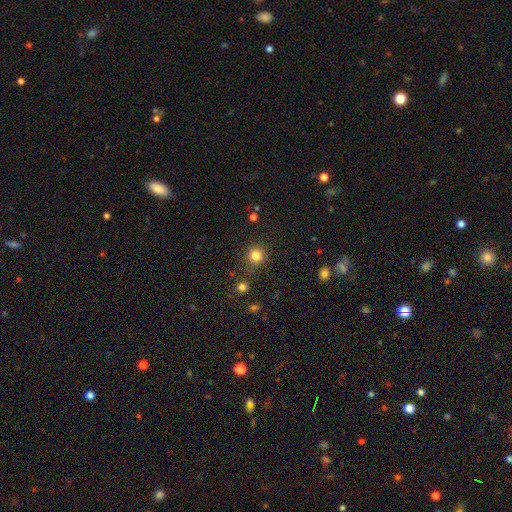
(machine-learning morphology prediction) smooth_or_featured: smooth (p=0.82) [alt: star or artifact p=0.14]
how_rounded: round (p=0.92) [alt: in between p=0.07]
merging: none (p=0.82) [alt: minor disturbance p=0.10]